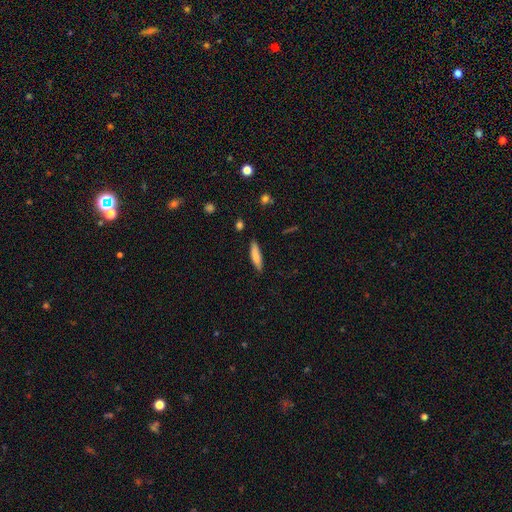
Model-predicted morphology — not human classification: This appears to be a smooth galaxy with no disk features (82%) that is cigar-shaped (72%). Merging: none (85%).